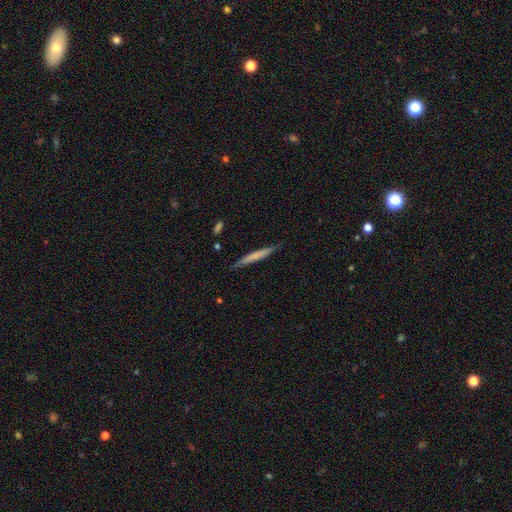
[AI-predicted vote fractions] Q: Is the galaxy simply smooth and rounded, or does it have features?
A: smooth — 60%.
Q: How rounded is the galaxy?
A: cigar-shaped — 96%.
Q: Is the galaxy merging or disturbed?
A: none — 87%.